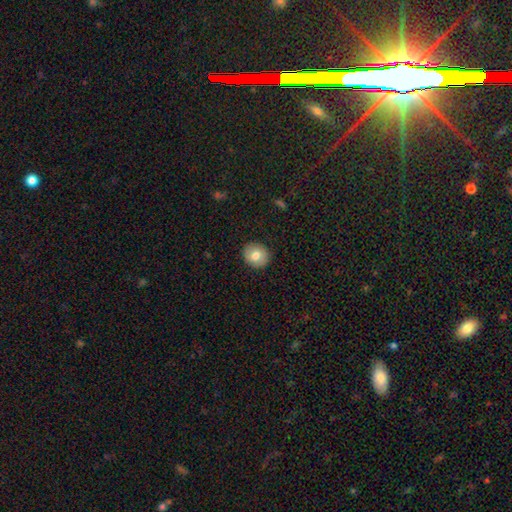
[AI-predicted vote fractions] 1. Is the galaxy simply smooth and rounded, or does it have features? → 76% smooth, 16% featured or disk, 8% star or artifact.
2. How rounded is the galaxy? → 81% round, 18% in between, 1% cigar-shaped.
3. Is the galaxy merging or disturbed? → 90% none, 7% minor disturbance, 2% major disturbance, 1% merger.